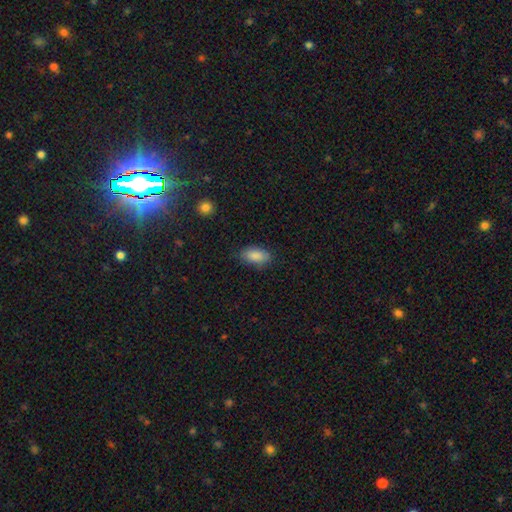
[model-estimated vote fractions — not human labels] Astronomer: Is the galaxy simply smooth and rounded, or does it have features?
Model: smooth — 87%.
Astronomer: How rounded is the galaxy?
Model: in between — 91%.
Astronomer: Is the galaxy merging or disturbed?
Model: none — 79%.